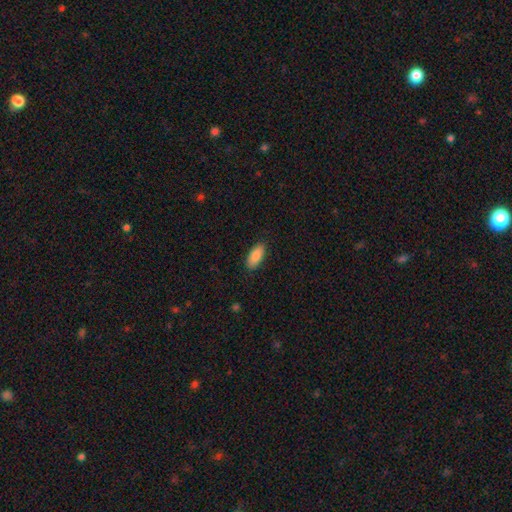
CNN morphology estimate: The model was most divided on "how rounded": in between: 87%, cigar-shaped: 11%, round: 2%. More confident: merging — none (88%); smooth or featured — smooth (88%).